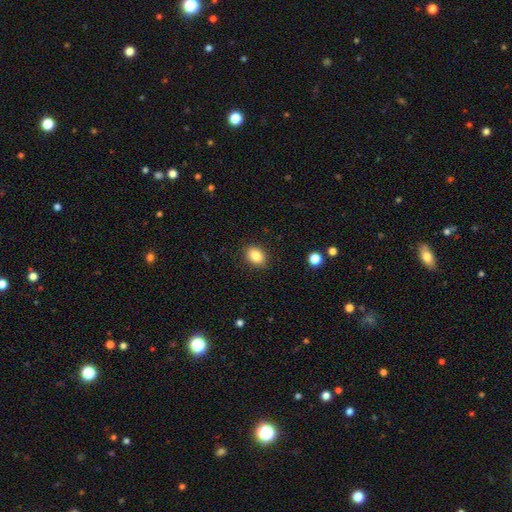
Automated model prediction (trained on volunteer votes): smooth-or-featured: smooth: 85% | star or artifact: 9% | featured or disk: 6%
  how-rounded: in between: 70% | round: 29% | cigar-shaped: 1%
  merging: none: 89% | minor disturbance: 8% | major disturbance: 2% | merger: 1%